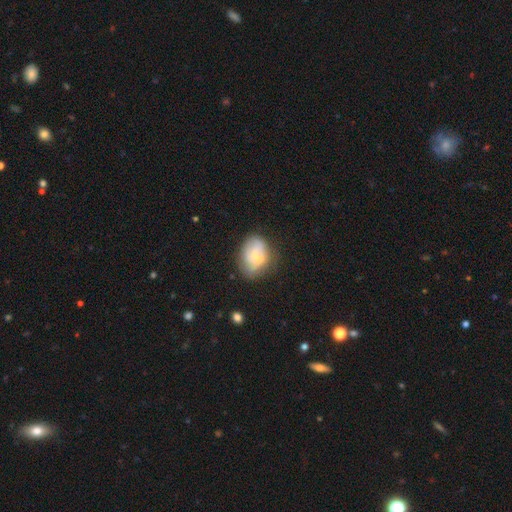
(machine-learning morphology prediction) Smooth or featured? Predicted: smooth (p=0.50). How rounded? Predicted: in between (p=0.66). Merging? Predicted: none (p=0.47).